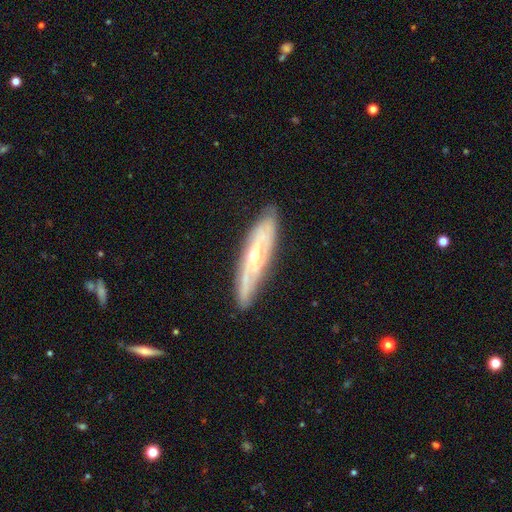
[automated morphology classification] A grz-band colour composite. It shows a featured or disk galaxy (74%). Merging: none (81%).